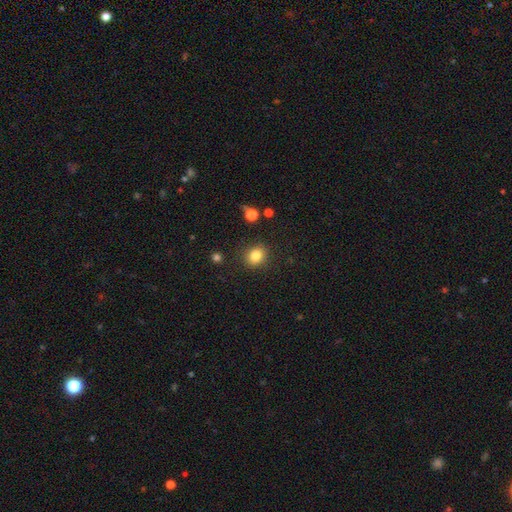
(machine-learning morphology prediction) A smooth galaxy with no disk features (83%) that is round (63%). Merging: none (87%).